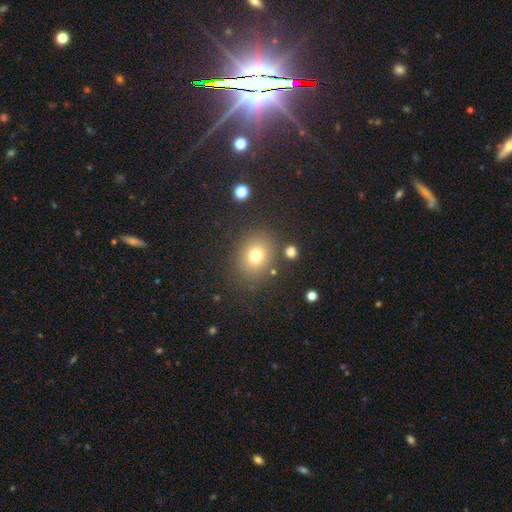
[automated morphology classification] Overall: smooth (75%). How rounded: round (61%; in between 38%). Merging: none (82%).